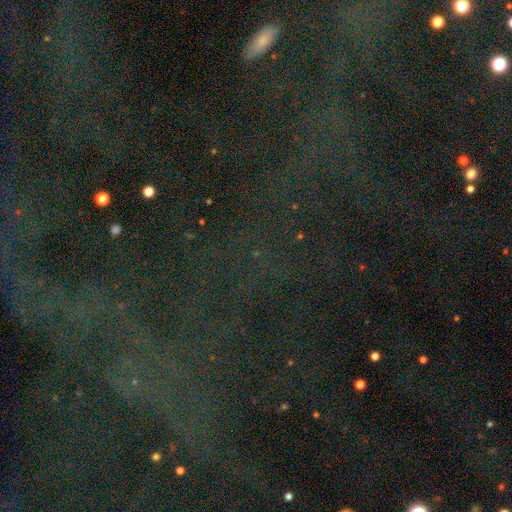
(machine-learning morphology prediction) A star or artifact, not a galaxy (81%).

Vote fractions:
- Smooth or featured? star or artifact: 81% / smooth: 10% / featured or disk: 9%